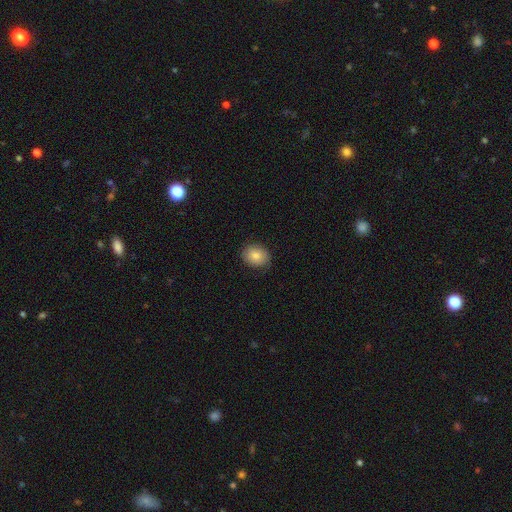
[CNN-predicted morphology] smooth-or-featured: smooth: 82% | featured or disk: 10% | star or artifact: 8%
  how-rounded: round: 50% (tied) | in between: 50% (tied) | cigar-shaped: 1%
  merging: none: 80% | minor disturbance: 16% | major disturbance: 3% | merger: 1%